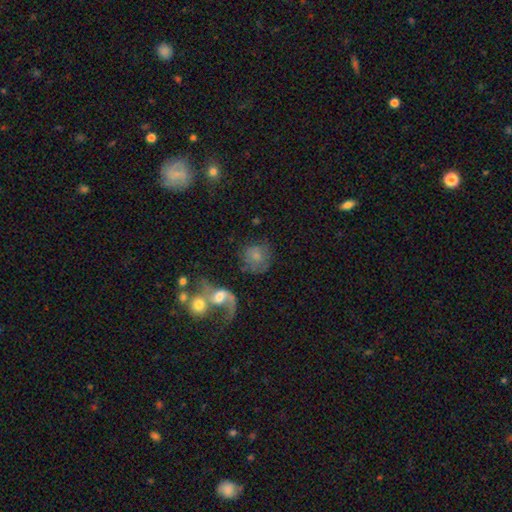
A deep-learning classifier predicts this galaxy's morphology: This is possibly a smooth galaxy (56%). How rounded: likely round (78%). Merging: possibly none (46%).